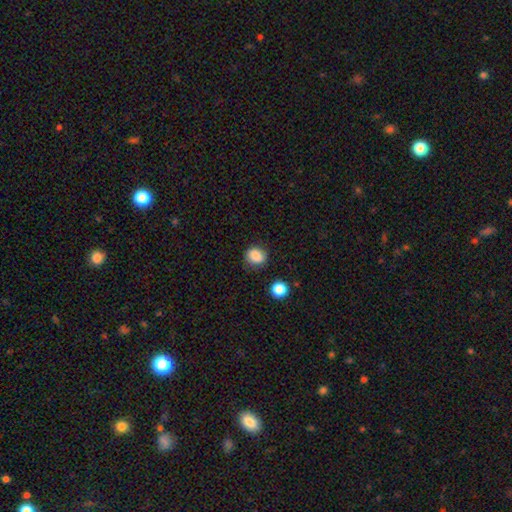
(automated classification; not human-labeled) smooth-or-featured: smooth: 86% | star or artifact: 10% | featured or disk: 4%
  how-rounded: round: 66% | in between: 33% | cigar-shaped: 1%
  merging: none: 79% | minor disturbance: 15% | major disturbance: 4% | merger: 3%